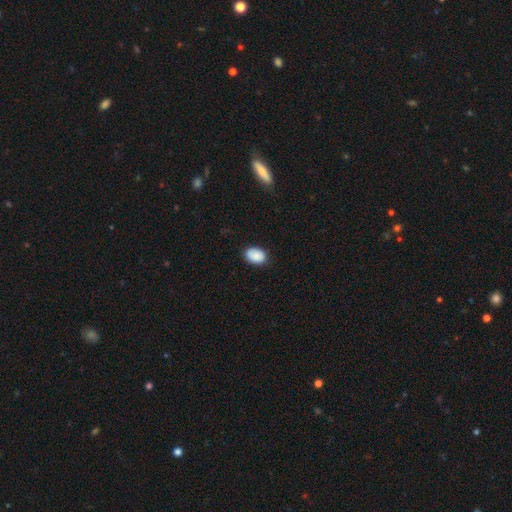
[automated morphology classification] Smooth or featured? smooth (89%)
How rounded? in between (81%)
Merging? none (84%)